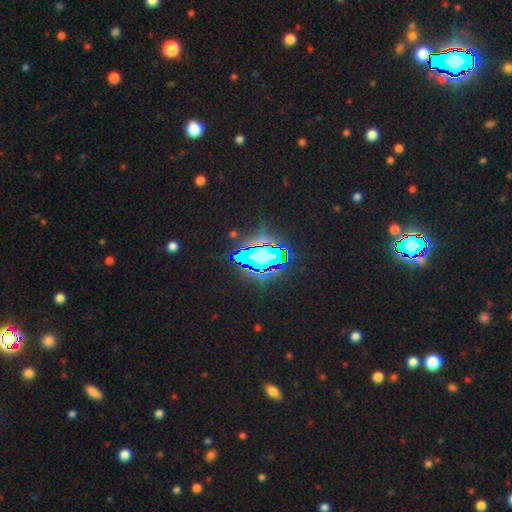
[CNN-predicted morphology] Overall: star or artifact (66%).